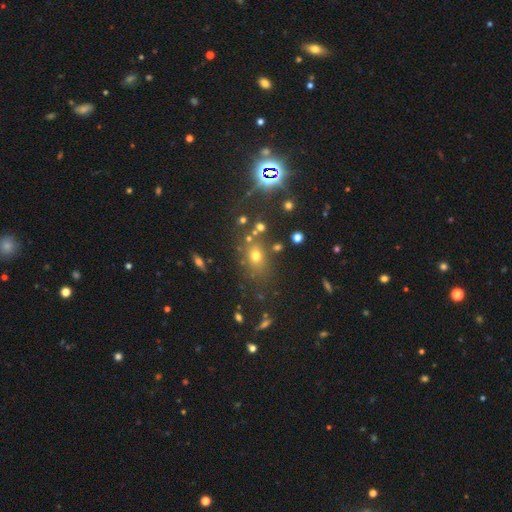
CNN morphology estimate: Overall: smooth (62%; star or artifact 25%). How rounded: in between (53%; round 45%). Merging: none (73%).